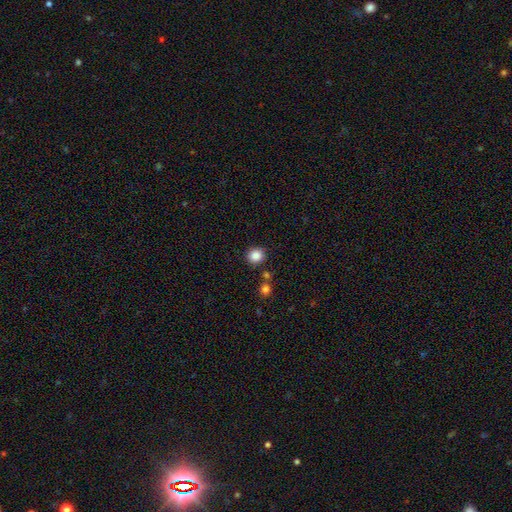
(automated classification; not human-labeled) Morphology: type=smooth (86%); roundness=round (88%); merging=none (86%).